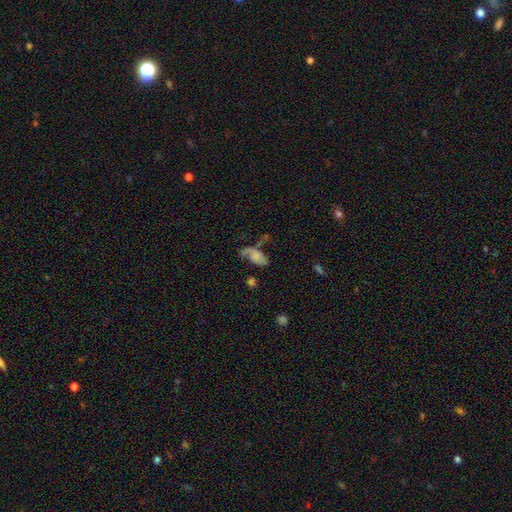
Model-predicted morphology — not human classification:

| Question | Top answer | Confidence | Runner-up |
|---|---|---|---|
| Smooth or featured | featured or disk | 45% | smooth (44%) |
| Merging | none | 32% | major disturbance (30%) |